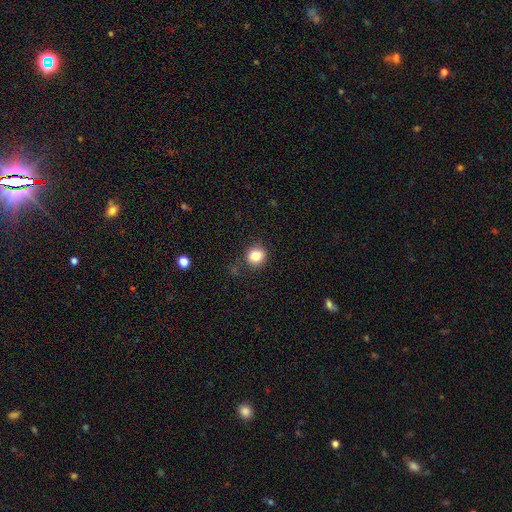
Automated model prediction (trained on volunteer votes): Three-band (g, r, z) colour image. It shows a smooth galaxy with no disk features (84%) that is round (82%). Merging: none (83%).